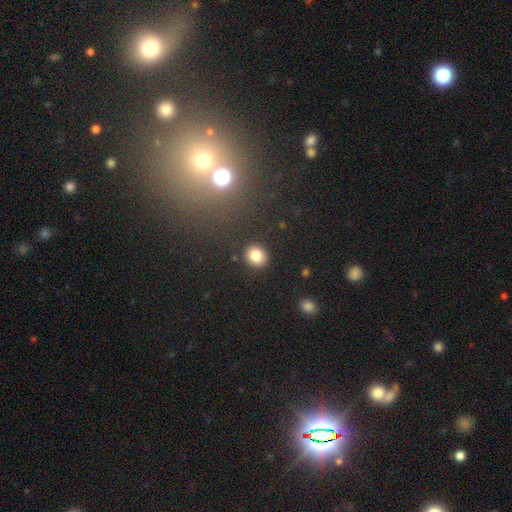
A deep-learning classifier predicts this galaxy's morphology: This is clearly a smooth galaxy (83%). How rounded: clearly round (82%). Merging: clearly none (90%).